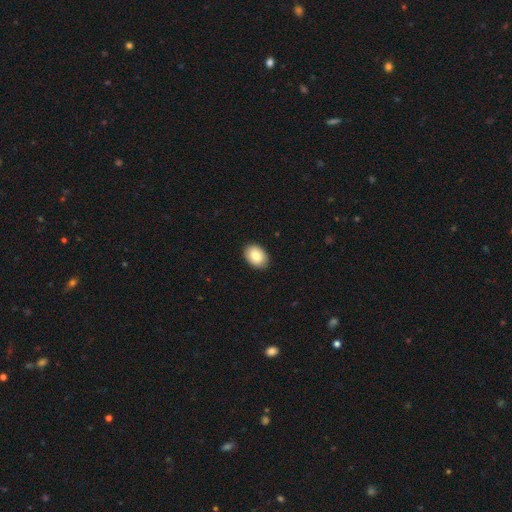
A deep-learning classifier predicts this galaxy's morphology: The model was most divided on "how rounded": in between: 78%, round: 21%, cigar-shaped: 1%. More confident: merging — none (90%); smooth or featured — smooth (82%).